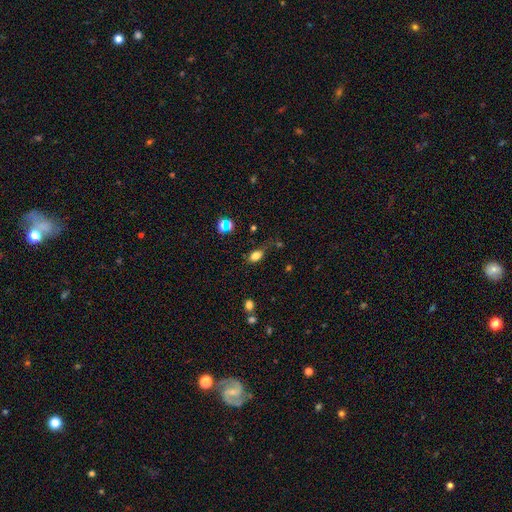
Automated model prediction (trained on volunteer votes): smooth-or-featured: smooth: 80% | star or artifact: 12% | featured or disk: 8%
  how-rounded: in between: 85% | round: 12% | cigar-shaped: 3%
  merging: none: 67% | minor disturbance: 22% | major disturbance: 7% | merger: 4%